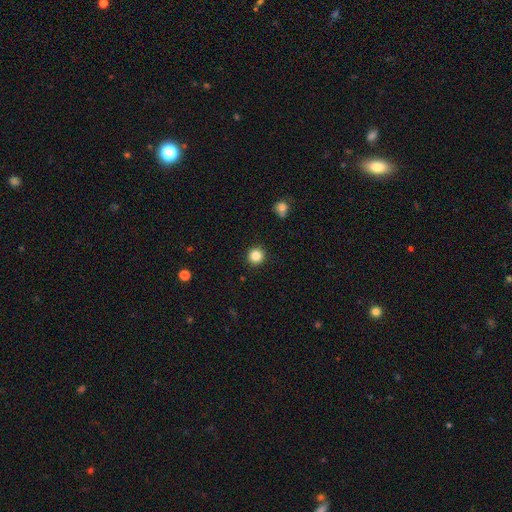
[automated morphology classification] This appears to be a smooth galaxy with no disk features (85%) that is round (95%). Merging: none (92%).